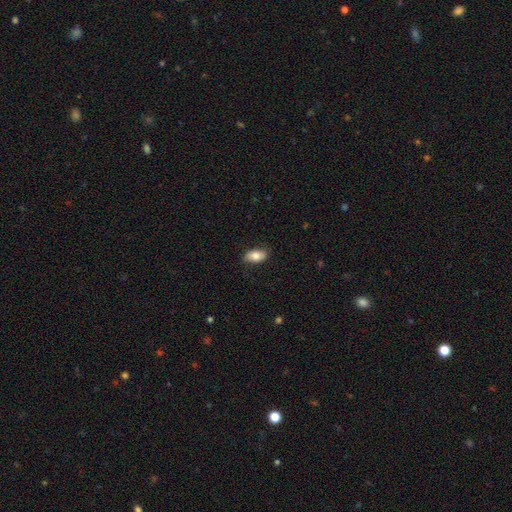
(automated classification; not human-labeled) smooth-or-featured: smooth: 79% | featured or disk: 15% | star or artifact: 7%
  how-rounded: in between: 90% | cigar-shaped: 5% | round: 5%
  merging: none: 84% | minor disturbance: 13% | major disturbance: 2% | merger: 1%